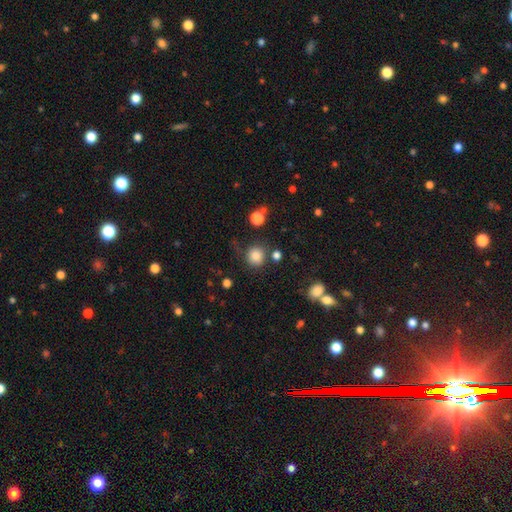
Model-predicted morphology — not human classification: Overall: smooth (83%). How rounded: round (90%). Merging: none (74%).